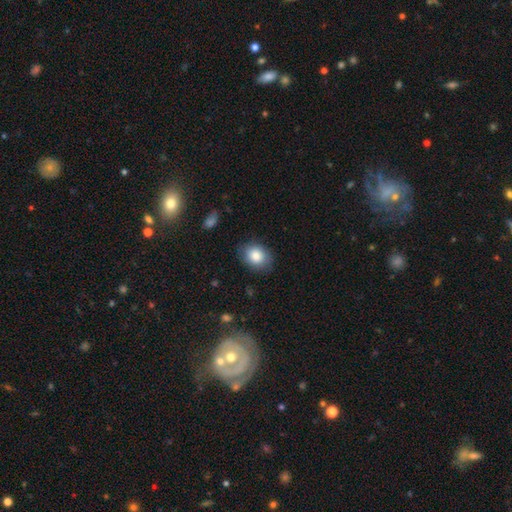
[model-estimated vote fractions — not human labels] Smooth or featured? Predicted: smooth (p=0.85). How rounded? Predicted: in between (p=0.59). Merging? Predicted: none (p=0.82).